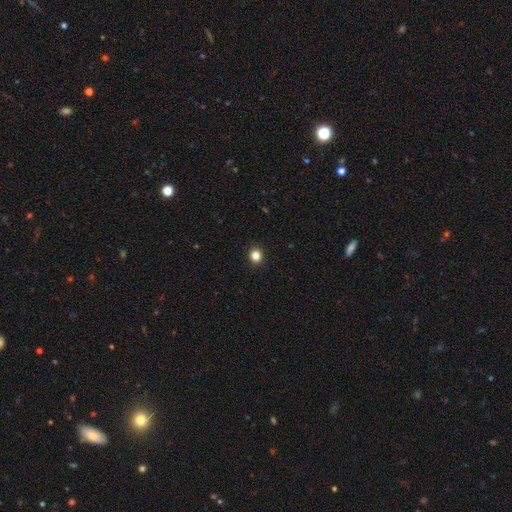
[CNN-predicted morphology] Smooth or featured?
  - smooth: 84% *
  - star or artifact: 12%
  - featured or disk: 4%
How rounded?
  - round: 87% *
  - in between: 12%
  - cigar-shaped: 1%
Merging?
  - none: 93% *
  - minor disturbance: 5%
  - major disturbance: 2%
  - merger: 1%